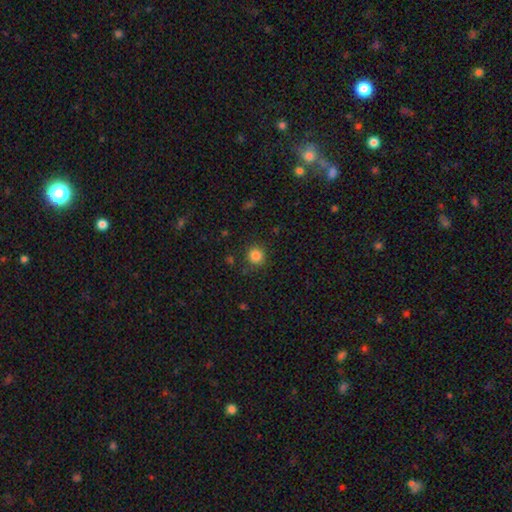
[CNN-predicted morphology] This is clearly a smooth galaxy (84%). How rounded: clearly round (93%). Merging: clearly none (89%).